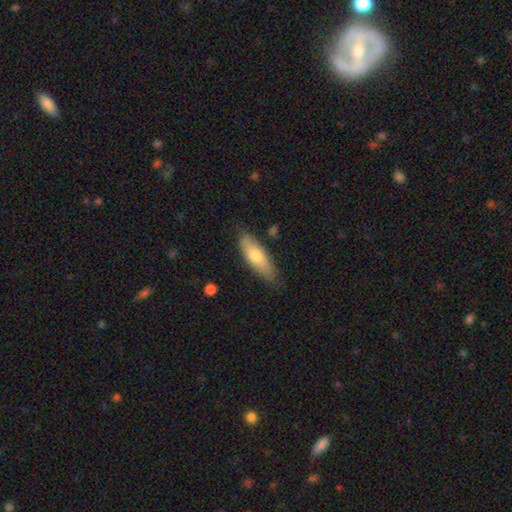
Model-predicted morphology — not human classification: The model was most divided on "how rounded": in between: 57%, cigar-shaped: 41%, round: 2%. More confident: merging — none (80%); smooth or featured — smooth (68%).